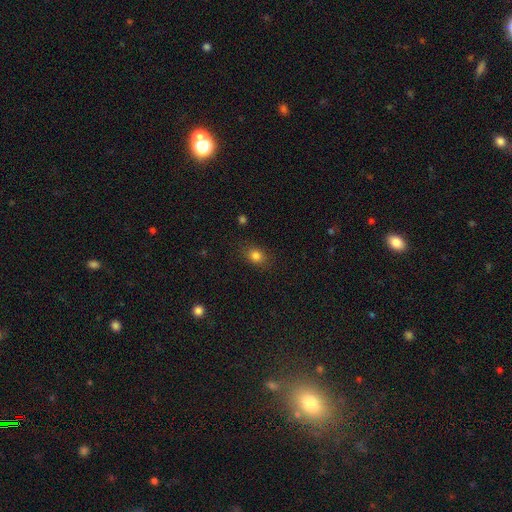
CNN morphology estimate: Smooth or featured?
  - smooth: 82% *
  - star or artifact: 12%
  - featured or disk: 6%
How rounded?
  - in between: 52% *
  - round: 47%
  - cigar-shaped: 1%
Merging?
  - none: 84% *
  - minor disturbance: 11%
  - major disturbance: 3%
  - merger: 1%